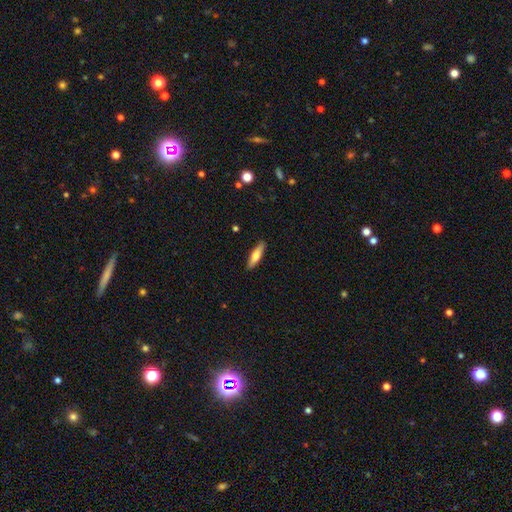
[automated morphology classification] Q: Smooth or featured?
A: smooth (67%); runner-up: featured or disk (28%)
Q: How rounded?
A: cigar-shaped (65%); runner-up: in between (34%)
Q: Merging?
A: none (89%); runner-up: minor disturbance (9%)